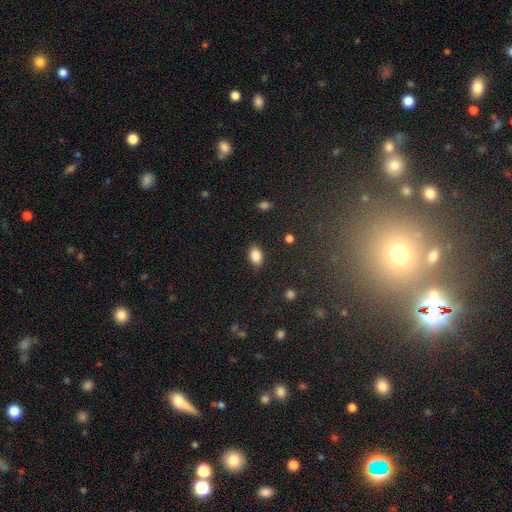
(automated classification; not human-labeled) Q: Smooth or featured?
A: smooth (86%); runner-up: star or artifact (8%)
Q: How rounded?
A: in between (89%); runner-up: round (10%)
Q: Merging?
A: none (84%); runner-up: minor disturbance (12%)